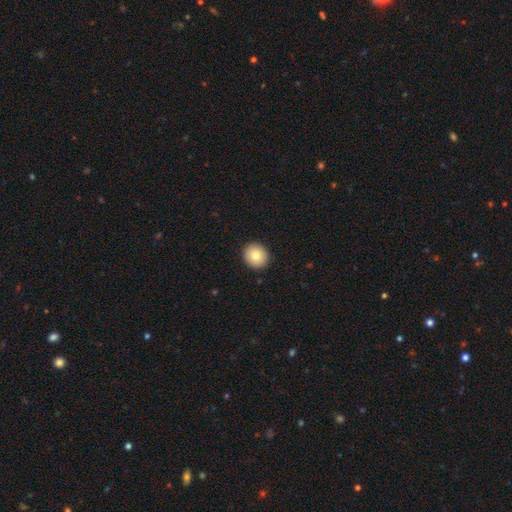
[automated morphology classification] Smooth or featured: smooth — 84% (star or artifact — 8%)
How rounded: round — 86% (in between — 13%)
Merging: none — 92% (minor disturbance — 6%)